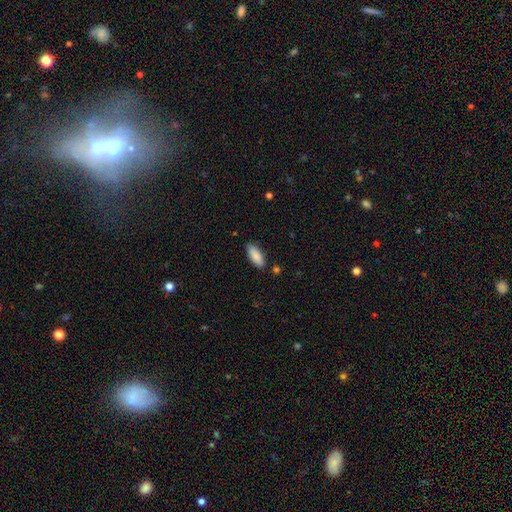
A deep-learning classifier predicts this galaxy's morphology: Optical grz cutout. It shows a smooth galaxy with no disk features (88%) that is in between round and cigar-shaped (80%). Merging: none (82%).